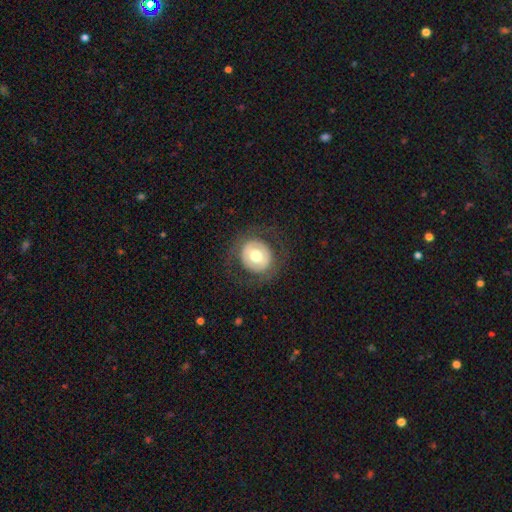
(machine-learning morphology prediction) The model was most divided on "smooth or featured": smooth: 48%, featured or disk: 45%, star or artifact: 7%. More confident: merging — none (79%).